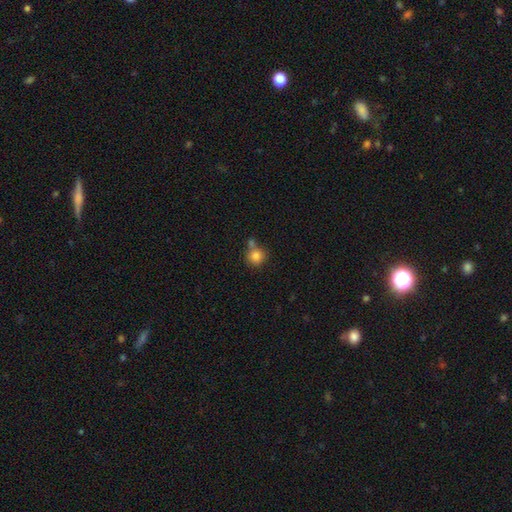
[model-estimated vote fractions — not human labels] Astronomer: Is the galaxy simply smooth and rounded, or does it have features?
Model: smooth — 83%.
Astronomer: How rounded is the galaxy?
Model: round — 91%.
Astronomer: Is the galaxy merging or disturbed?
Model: none — 59%.